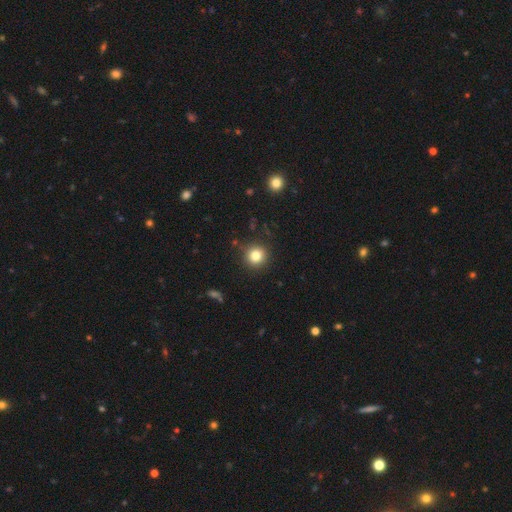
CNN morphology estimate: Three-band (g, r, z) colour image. It shows a smooth galaxy with no disk features (82%) that is round (93%). Merging: none (89%).